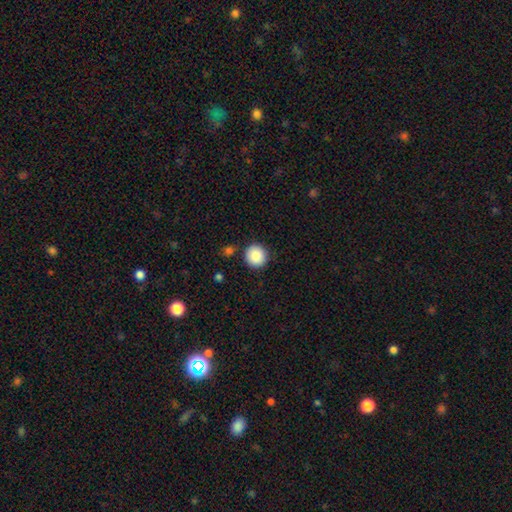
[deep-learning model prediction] smooth-or-featured: smooth: 88% | star or artifact: 8% | featured or disk: 4%
  how-rounded: round: 92% | in between: 7% | cigar-shaped: 1%
  merging: none: 88% | minor disturbance: 7% | merger: 3% | major disturbance: 2%